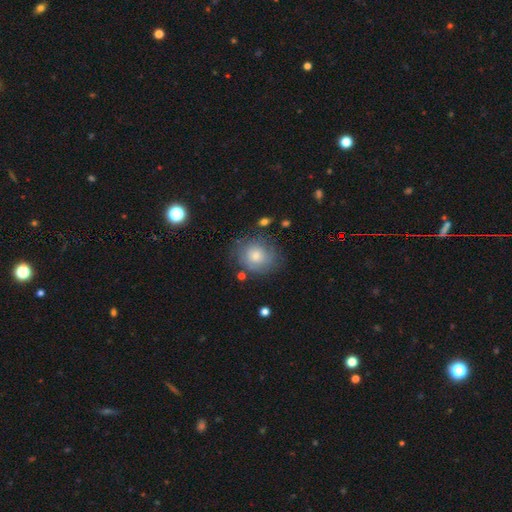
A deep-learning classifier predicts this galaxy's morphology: This is possibly a smooth galaxy (50%). Merging: likely none (72%).